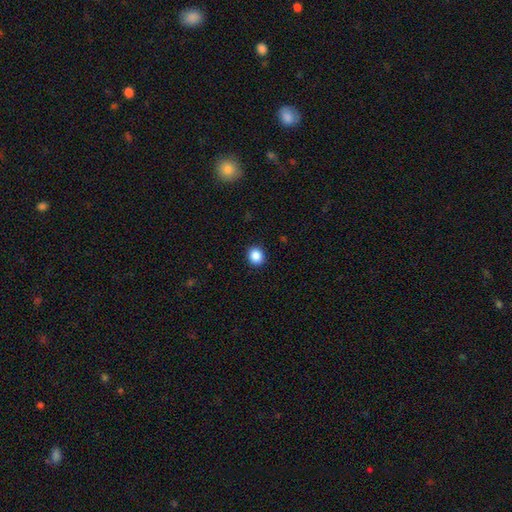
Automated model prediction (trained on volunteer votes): Smooth or featured? Predicted: smooth (p=0.88). How rounded? Predicted: round (p=0.80). Merging? Predicted: none (p=0.92).